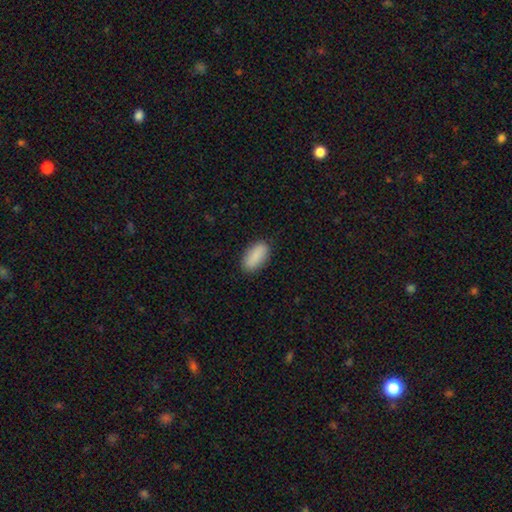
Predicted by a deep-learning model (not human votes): Smooth or featured: smooth — 88% (star or artifact — 7%)
How rounded: in between — 88% (cigar-shaped — 9%)
Merging: none — 87% (minor disturbance — 10%)